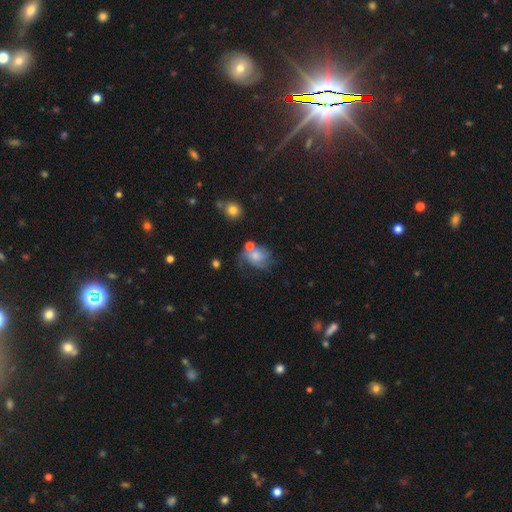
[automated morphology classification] Smooth or featured?
  - smooth: 48% *
  - featured or disk: 42%
  - star or artifact: 11%
Merging?
  - none: 37% *
  - major disturbance: 26%
  - minor disturbance: 25%
  - merger: 11%